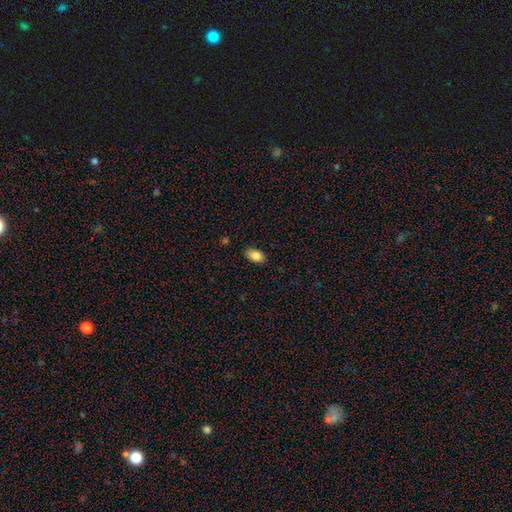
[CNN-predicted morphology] A smooth galaxy with no disk features (86%) that is in between round and cigar-shaped (91%).

Vote fractions:
- Smooth or featured? smooth: 86% / star or artifact: 8% / featured or disk: 6%
- How rounded? in between: 91% / round: 7% / cigar-shaped: 2%
- Merging? none: 84% / minor disturbance: 12% / major disturbance: 2% / merger: 1%